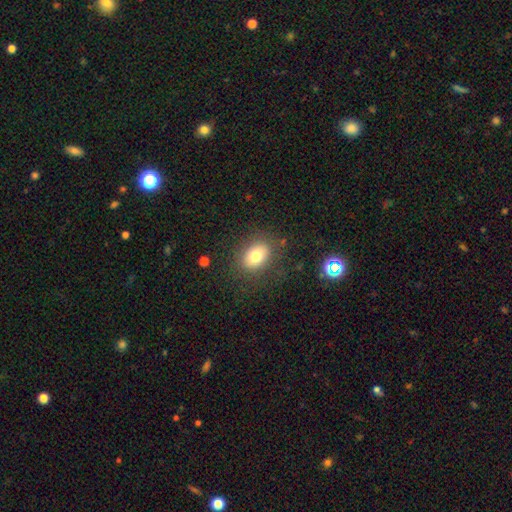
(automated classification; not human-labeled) Overall: smooth (77%). How rounded: in between (70%). Merging: none (81%).